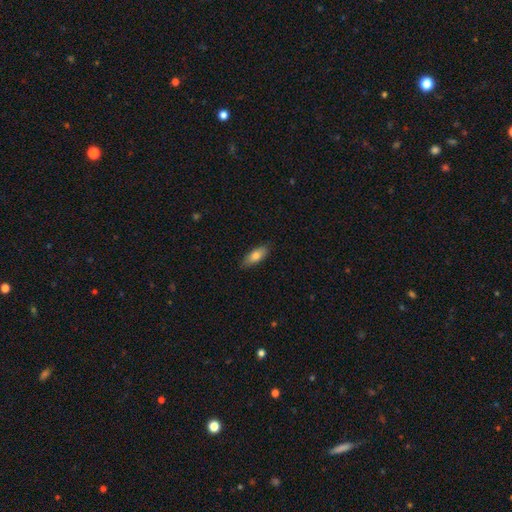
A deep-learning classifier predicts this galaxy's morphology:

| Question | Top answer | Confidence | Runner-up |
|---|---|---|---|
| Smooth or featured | smooth | 77% | featured or disk (17%) |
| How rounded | in between | 73% | cigar-shaped (25%) |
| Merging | none | 84% | minor disturbance (13%) |